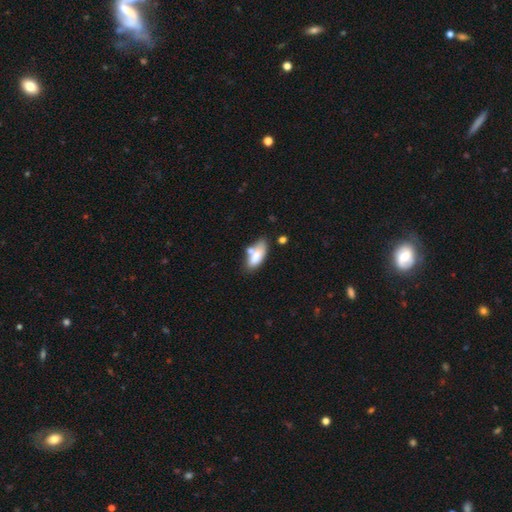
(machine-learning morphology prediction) This appears to be a smooth galaxy with no disk features (77%) that is in between round and cigar-shaped (78%). Merging: none (47%).